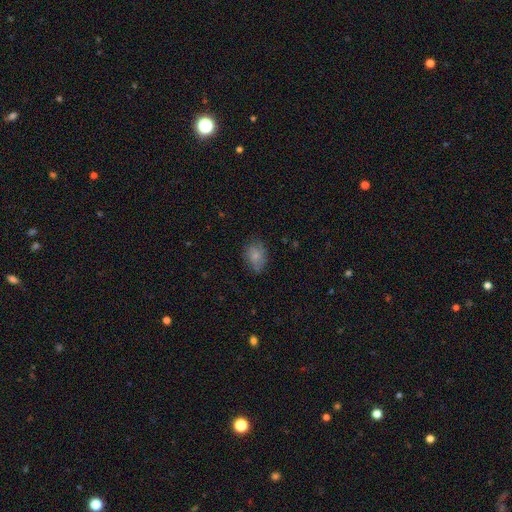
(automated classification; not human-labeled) Smooth or featured? Predicted: smooth (p=0.77). How rounded? Predicted: in between (p=0.74). Merging? Predicted: none (p=0.69).